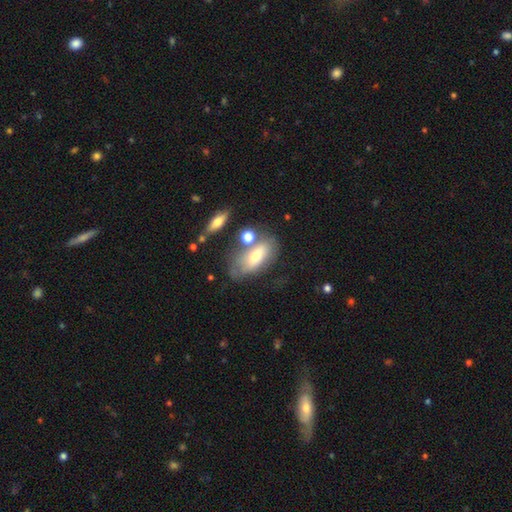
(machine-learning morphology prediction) type=smooth (59%); roundness=in between (83%); merging=none (44%).